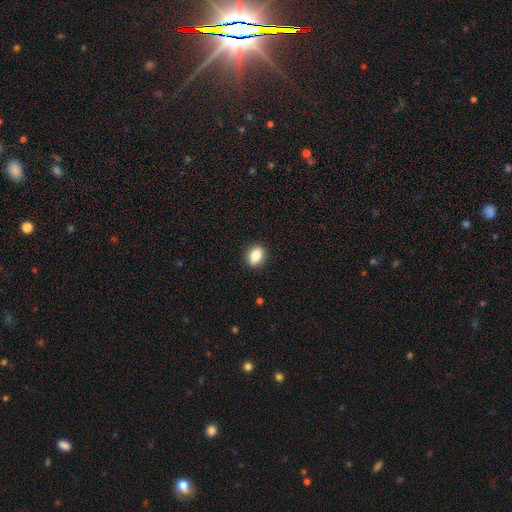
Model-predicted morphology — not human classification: smooth-or-featured: smooth: 83% | featured or disk: 9% | star or artifact: 8%
  how-rounded: in between: 67% | round: 31% | cigar-shaped: 3%
  merging: none: 90% | minor disturbance: 7% | major disturbance: 2% | merger: 1%